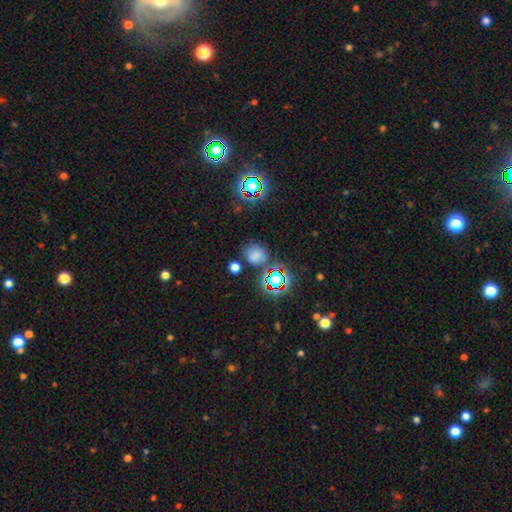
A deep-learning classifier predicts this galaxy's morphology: Smooth or featured? smooth (66%)
How rounded? round (75%)
Merging? none (70%)